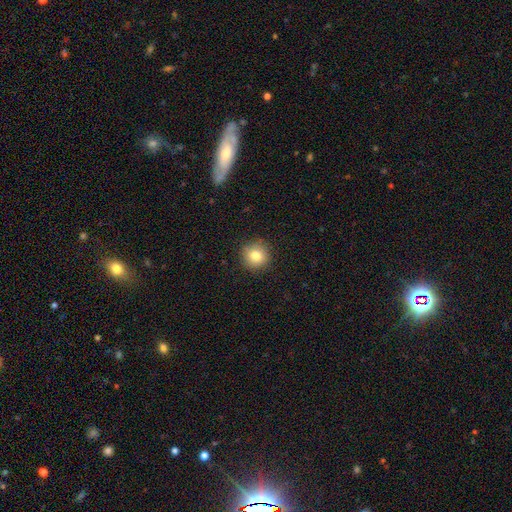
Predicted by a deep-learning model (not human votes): Overall: smooth (81%). How rounded: round (93%). Merging: none (90%).